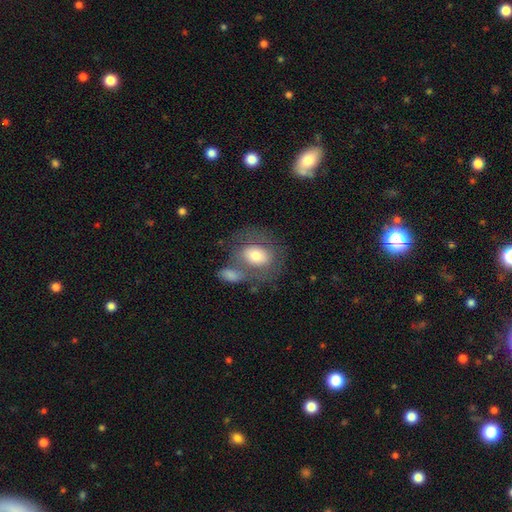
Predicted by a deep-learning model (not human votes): smooth 64%, featured or disk 29%, star or artifact 7%. Down the decision tree: how rounded — in between (62%); merging — none (49%).